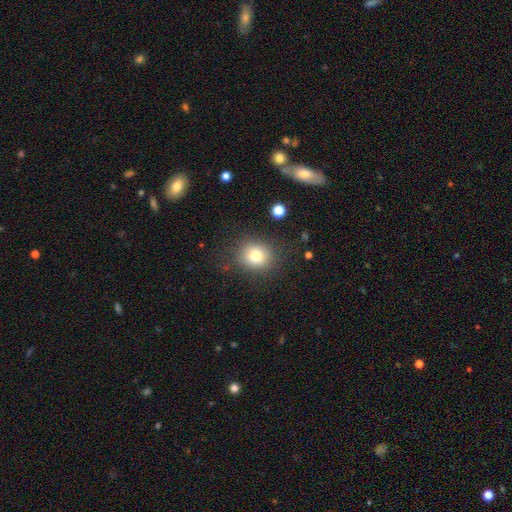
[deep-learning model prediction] A smooth galaxy with no disk features (78%) that is round (80%). Merging: none (83%).